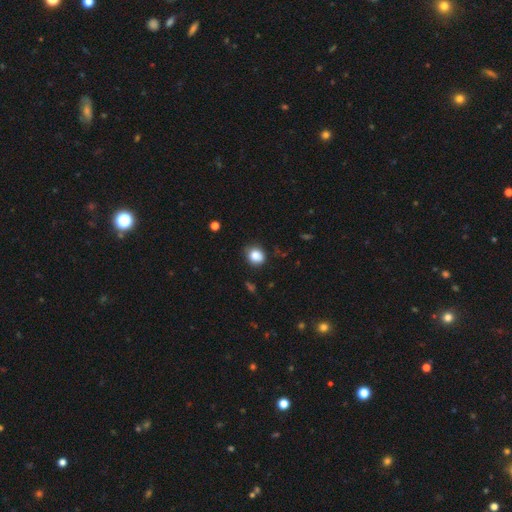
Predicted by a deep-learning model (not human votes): Q: Smooth or featured?
A: smooth (85%); runner-up: star or artifact (10%)
Q: How rounded?
A: round (70%); runner-up: in between (29%)
Q: Merging?
A: none (74%); runner-up: minor disturbance (20%)